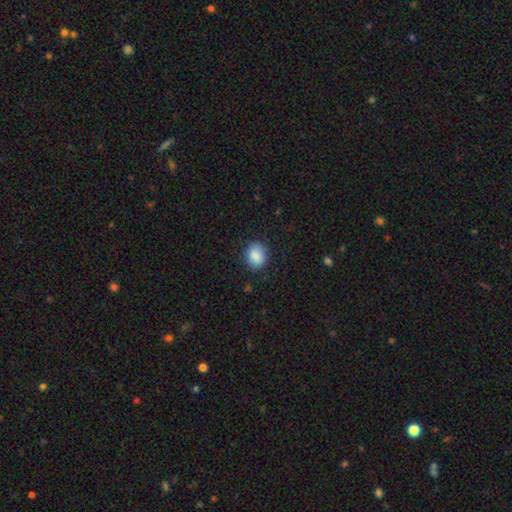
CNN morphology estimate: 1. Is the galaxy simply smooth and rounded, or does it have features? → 88% smooth, 8% star or artifact, 4% featured or disk.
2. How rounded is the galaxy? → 56% round, 43% in between, 1% cigar-shaped.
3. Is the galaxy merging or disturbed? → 85% none, 11% minor disturbance, 3% major disturbance, 1% merger.